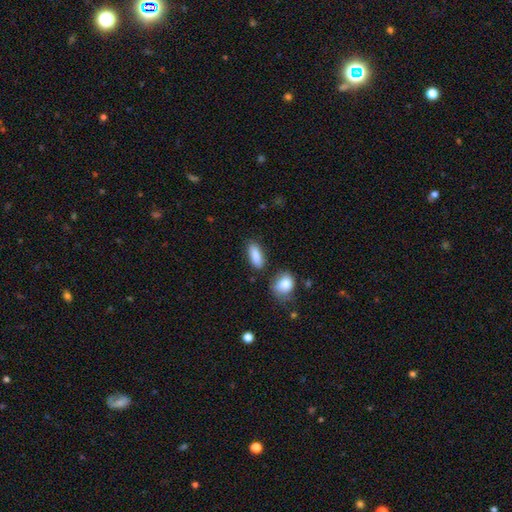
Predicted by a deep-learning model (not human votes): Smooth or featured: smooth — 88% (star or artifact — 7%)
How rounded: in between — 79% (cigar-shaped — 18%)
Merging: none — 78% (minor disturbance — 12%)